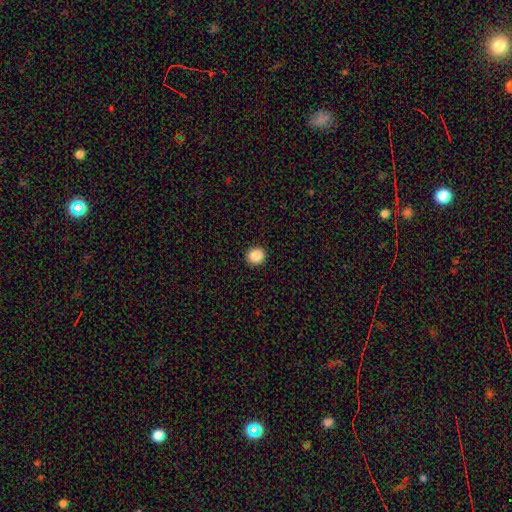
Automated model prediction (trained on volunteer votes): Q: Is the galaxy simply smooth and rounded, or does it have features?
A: smooth — 88%.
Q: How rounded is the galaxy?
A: round — 79%.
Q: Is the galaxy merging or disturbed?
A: none — 93%.